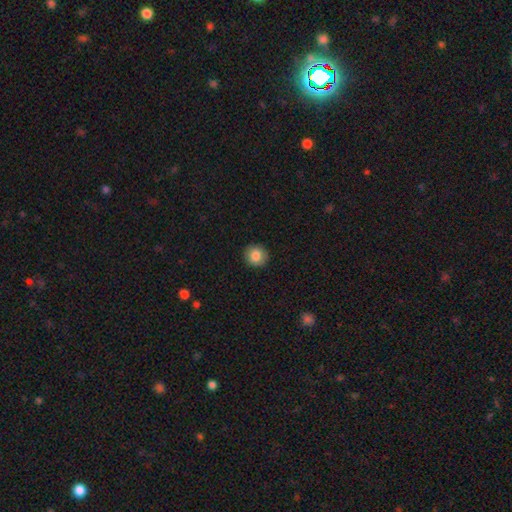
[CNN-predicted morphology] type=smooth (84%); roundness=round (91%); merging=none (92%).